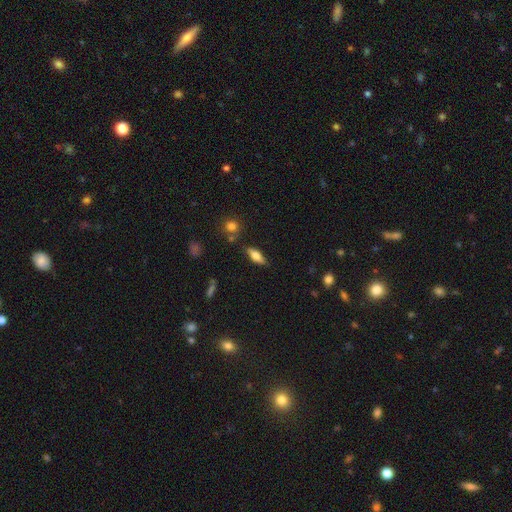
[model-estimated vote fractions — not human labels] Smooth or featured?
  - smooth: 57% *
  - featured or disk: 35%
  - star or artifact: 8%
How rounded?
  - in between: 65% *
  - cigar-shaped: 31%
  - round: 3%
Merging?
  - none: 80% *
  - minor disturbance: 13%
  - merger: 4%
  - major disturbance: 3%